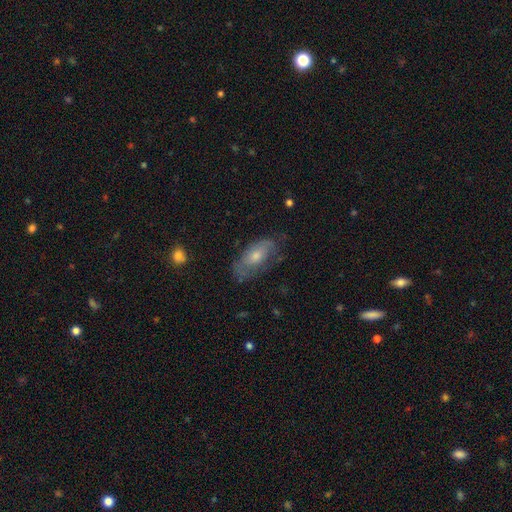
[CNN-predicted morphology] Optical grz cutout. It shows a featured or disk galaxy (47%). Merging: none (63%).